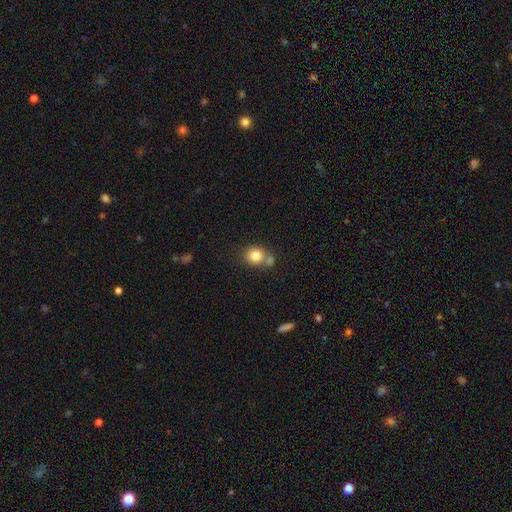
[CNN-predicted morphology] type=smooth (81%); roundness=round (76%); merging=none (55%).